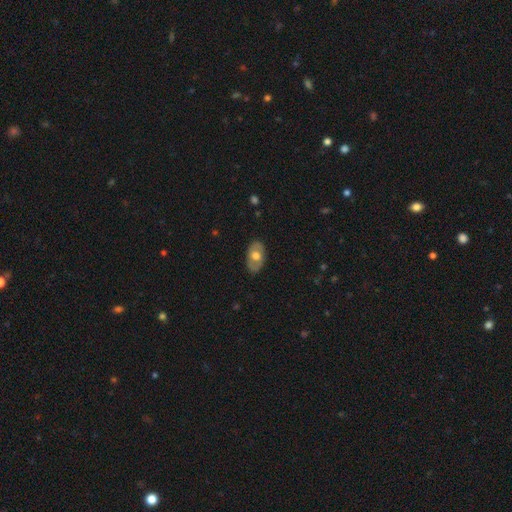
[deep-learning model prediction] Smooth or featured: smooth — 53% (featured or disk — 42%)
How rounded: in between — 89% (round — 9%)
Merging: none — 83% (minor disturbance — 13%)